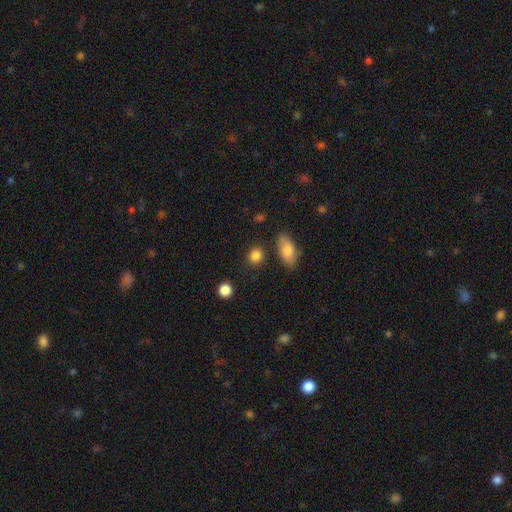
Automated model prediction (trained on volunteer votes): A smooth galaxy with no disk features (85%) that is round (65%). Merging: none (81%).